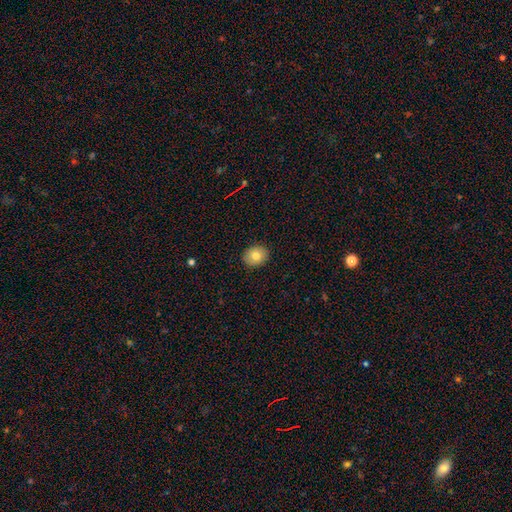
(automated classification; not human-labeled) Smooth or featured?
  - smooth: 78% *
  - featured or disk: 13%
  - star or artifact: 9%
How rounded?
  - round: 57% *
  - in between: 42%
  - cigar-shaped: 1%
Merging?
  - none: 90% *
  - minor disturbance: 7%
  - major disturbance: 2%
  - merger: 1%